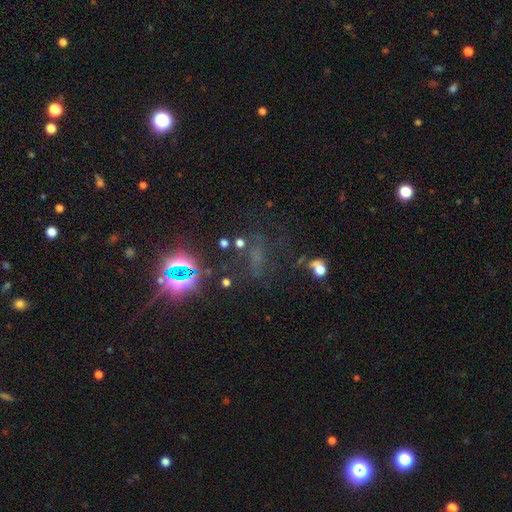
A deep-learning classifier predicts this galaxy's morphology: Smooth or featured? Predicted: star or artifact (p=0.58).